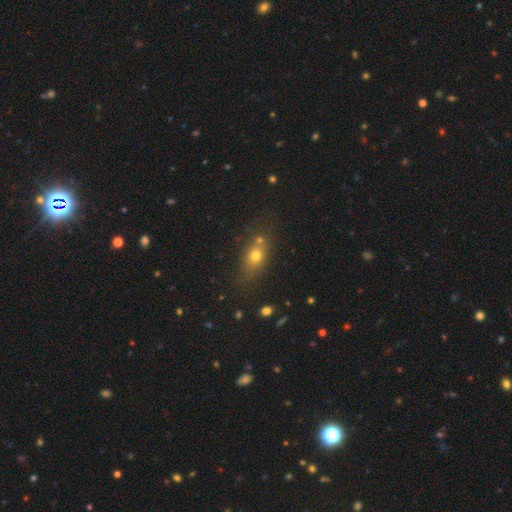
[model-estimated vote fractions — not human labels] Smooth or featured: smooth — 69% (featured or disk — 16%)
How rounded: in between — 63% (round — 29%)
Merging: none — 63% (minor disturbance — 15%)